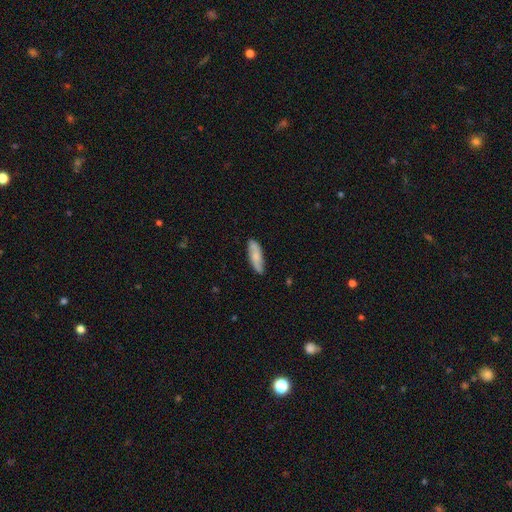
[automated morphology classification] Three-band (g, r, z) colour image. It shows a smooth galaxy with no disk features (66%) that is cigar-shaped (49%, tied with in between). Merging: none (80%).